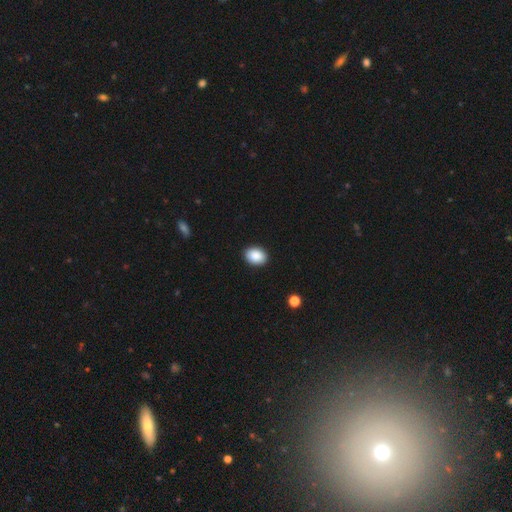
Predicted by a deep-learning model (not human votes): smooth-or-featured: smooth: 90% | star or artifact: 7% | featured or disk: 3%
  how-rounded: in between: 74% | round: 25% | cigar-shaped: 1%
  merging: none: 91% | minor disturbance: 7% | major disturbance: 2% | merger: 1%